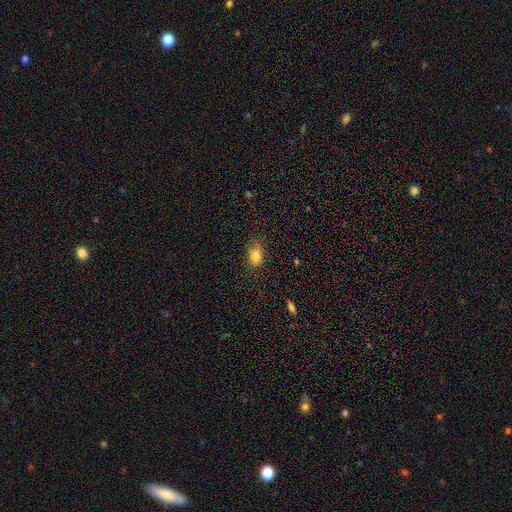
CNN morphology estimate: This appears to be a smooth galaxy with no disk features (82%) that is in between round and cigar-shaped (82%). Merging: none (76%).